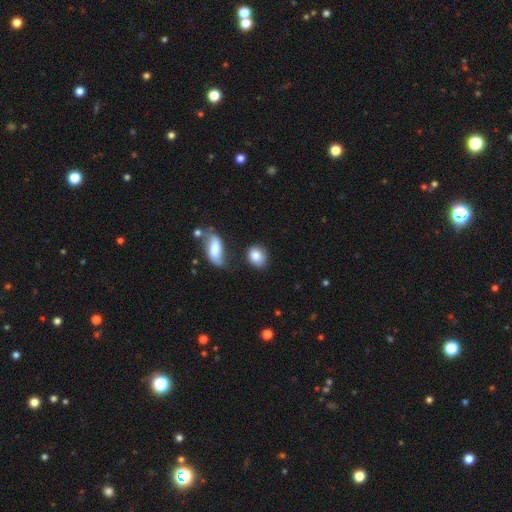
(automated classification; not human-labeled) smooth_or_featured: smooth (p=0.83) [alt: featured or disk p=0.10]
how_rounded: round (p=0.51) [alt: in between p=0.47]
merging: none (p=0.66) [alt: minor disturbance p=0.18]